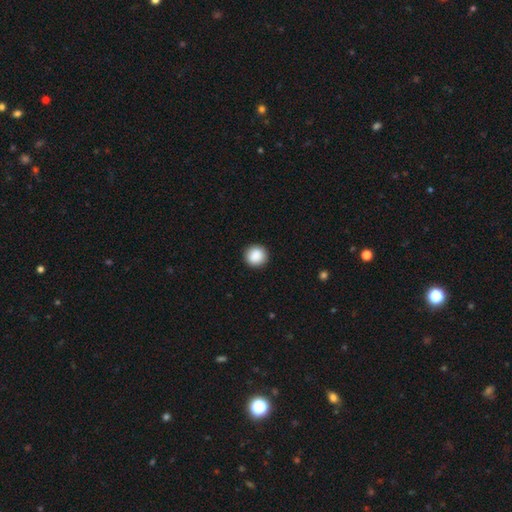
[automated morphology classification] Overall: smooth (89%). How rounded: round (94%). Merging: none (92%).